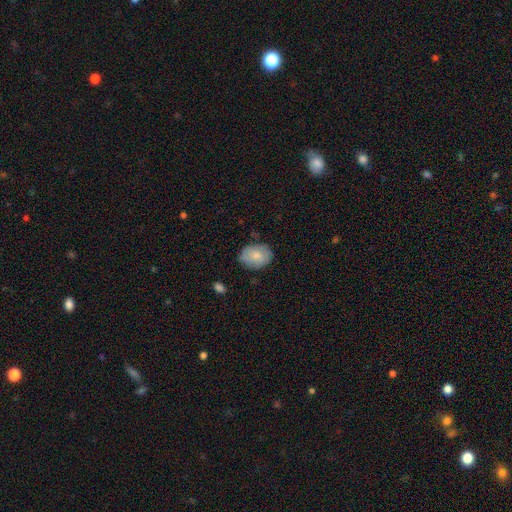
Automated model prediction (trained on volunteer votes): smooth-or-featured: smooth: 76% | featured or disk: 17% | star or artifact: 7%
  how-rounded: in between: 66% | round: 33% | cigar-shaped: 1%
  merging: none: 77% | minor disturbance: 18% | major disturbance: 4% | merger: 1%